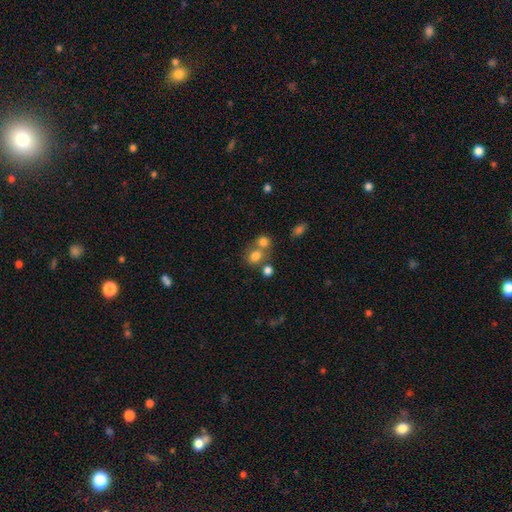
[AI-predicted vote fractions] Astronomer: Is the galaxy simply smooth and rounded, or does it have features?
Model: smooth — 76%.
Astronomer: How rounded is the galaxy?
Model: round — 65%.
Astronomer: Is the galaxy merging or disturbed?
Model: none — 46% (runner-up: merger, 40%).